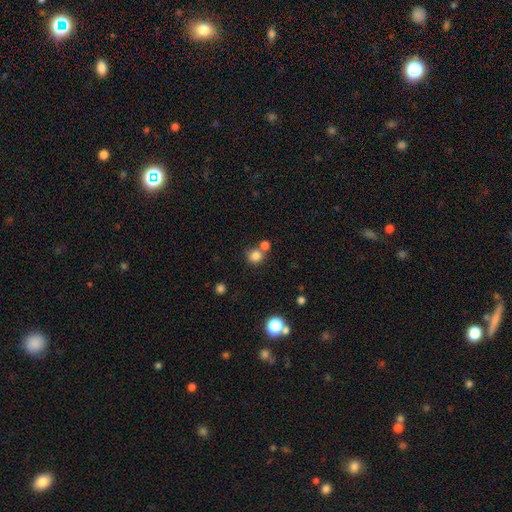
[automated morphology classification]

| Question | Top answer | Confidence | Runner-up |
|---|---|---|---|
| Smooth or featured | smooth | 81% | star or artifact (13%) |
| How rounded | round | 89% | in between (10%) |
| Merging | none | 59% | merger (30%) |